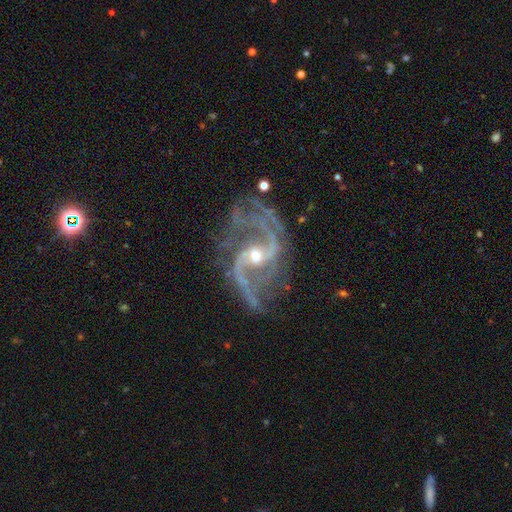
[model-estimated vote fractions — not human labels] This is clearly a featured or disk galaxy (93%). It is clearly not viewed edge-on (98%). Bar: possibly weak (45%). Spiral arm pattern: clearly yes (98%). Spiral arm count: clearly 2 (86%). Spiral winding: possibly loose (54%). Central bulge: possibly small (48%, tied with moderate). Merging: likely none (61%).